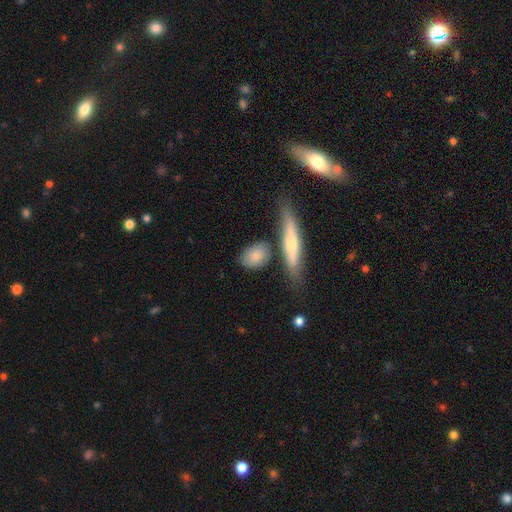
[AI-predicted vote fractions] smooth-or-featured: smooth: 80% | featured or disk: 14% | star or artifact: 6%
  how-rounded: in between: 67% | round: 22% | cigar-shaped: 11%
  merging: none: 68% | minor disturbance: 16% | merger: 11% | major disturbance: 5%